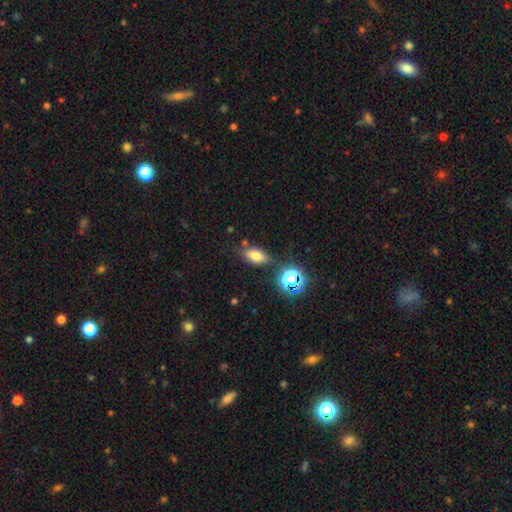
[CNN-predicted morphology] Overall: smooth (72%). How rounded: in between (78%). Merging: none (73%).